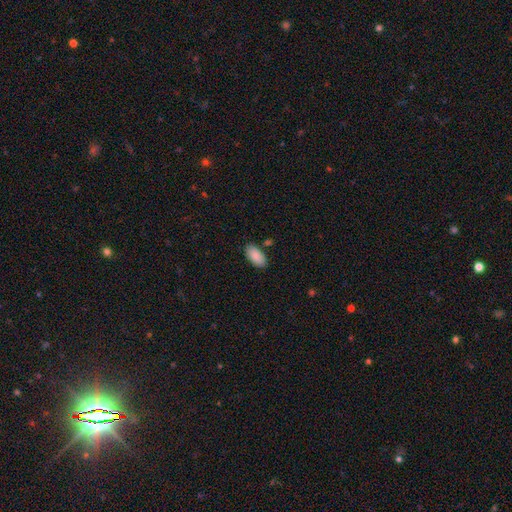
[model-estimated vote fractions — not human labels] Overall: smooth (90%). How rounded: in between (94%). Merging: none (83%).